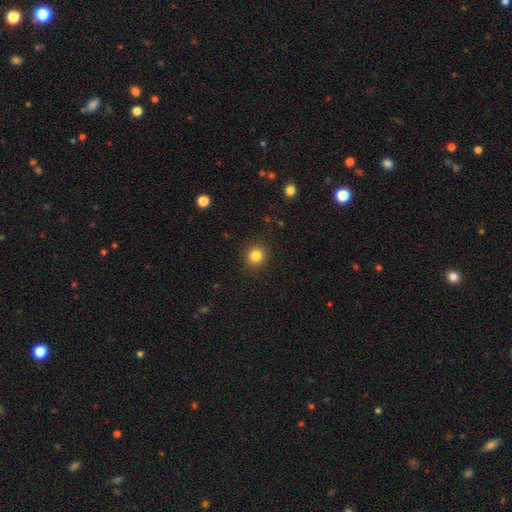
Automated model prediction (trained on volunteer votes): smooth-or-featured: smooth: 83% | star or artifact: 12% | featured or disk: 5%
  how-rounded: round: 84% | in between: 15% | cigar-shaped: 1%
  merging: none: 90% | minor disturbance: 7% | major disturbance: 2% | merger: 1%